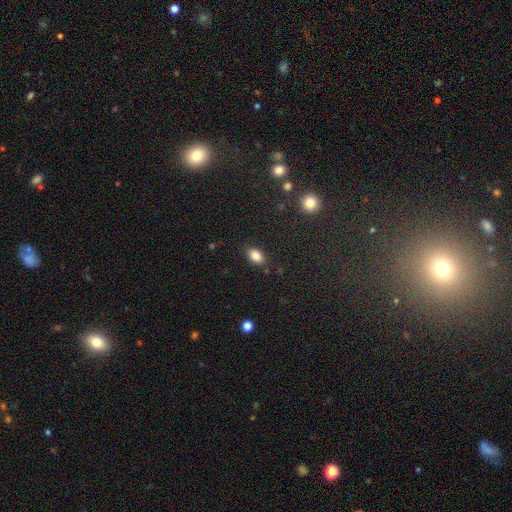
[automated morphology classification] A smooth galaxy with no disk features (85%) that is in between round and cigar-shaped (87%).

Vote fractions:
- Smooth or featured? smooth: 85% / star or artifact: 10% / featured or disk: 6%
- How rounded? in between: 87% / round: 11% / cigar-shaped: 2%
- Merging? none: 84% / minor disturbance: 12% / major disturbance: 3% / merger: 2%